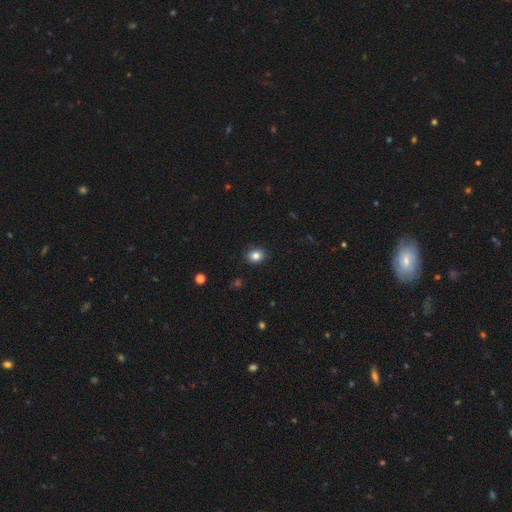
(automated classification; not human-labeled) The model was most divided on "how rounded": round: 65%, in between: 34%, cigar-shaped: 1%. More confident: merging — none (90%); smooth or featured — smooth (84%).